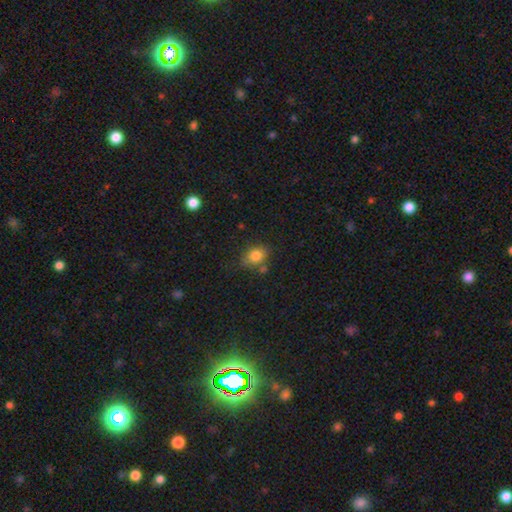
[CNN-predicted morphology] Smooth or featured? smooth (80%)
How rounded? in between (60%)
Merging? none (67%)